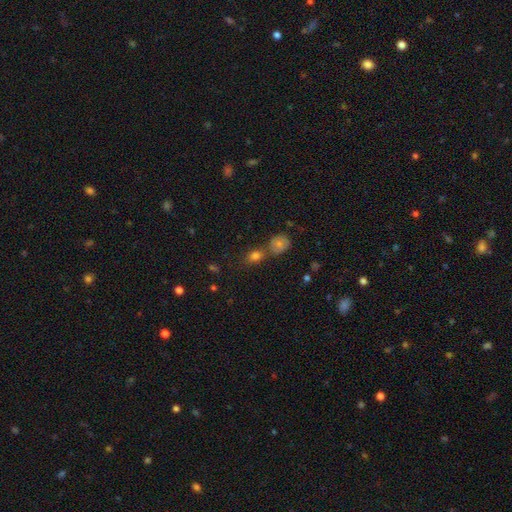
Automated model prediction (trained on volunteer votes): Smooth or featured: smooth — 67% (star or artifact — 19%)
How rounded: round — 51% (in between — 46%)
Merging: none — 55% (merger — 31%)